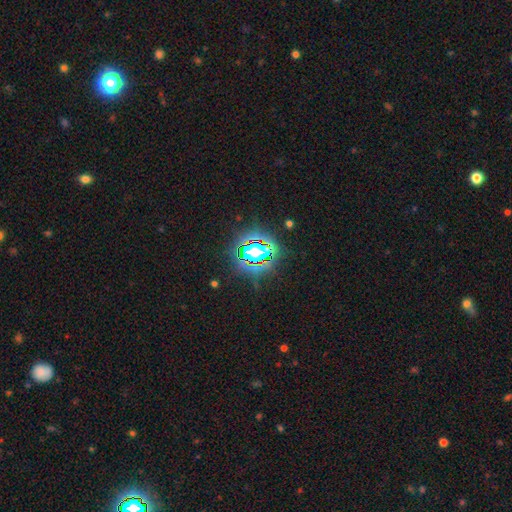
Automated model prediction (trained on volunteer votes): The model was most divided on "smooth or featured": star or artifact: 80%, smooth: 13%, featured or disk: 8%.